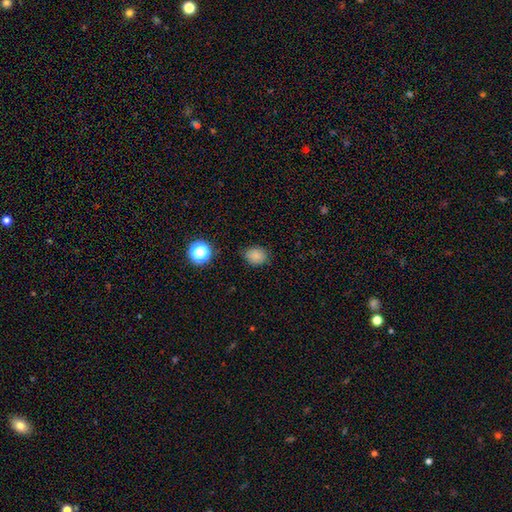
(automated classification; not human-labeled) This appears to be a smooth galaxy with no disk features (83%) that is round (52%). Merging: none (80%).